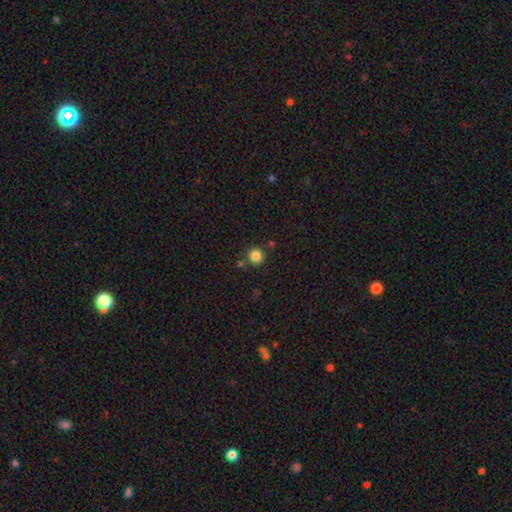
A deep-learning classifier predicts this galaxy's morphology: Q: Smooth or featured?
A: smooth (84%); runner-up: star or artifact (11%)
Q: How rounded?
A: round (93%); runner-up: in between (6%)
Q: Merging?
A: none (82%); runner-up: merger (8%)